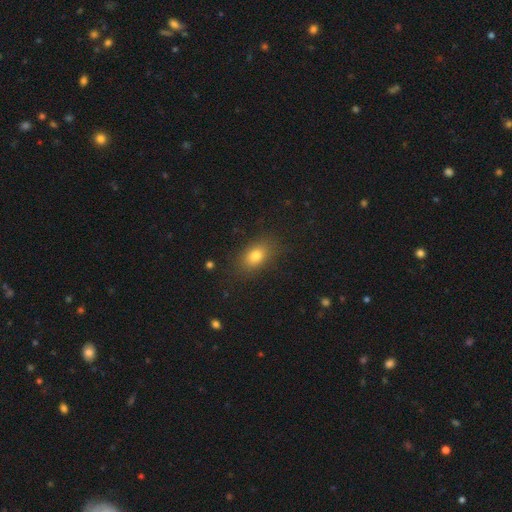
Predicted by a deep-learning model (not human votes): This appears to be a smooth galaxy with no disk features (77%) that is in between round and cigar-shaped (79%). Merging: none (84%).